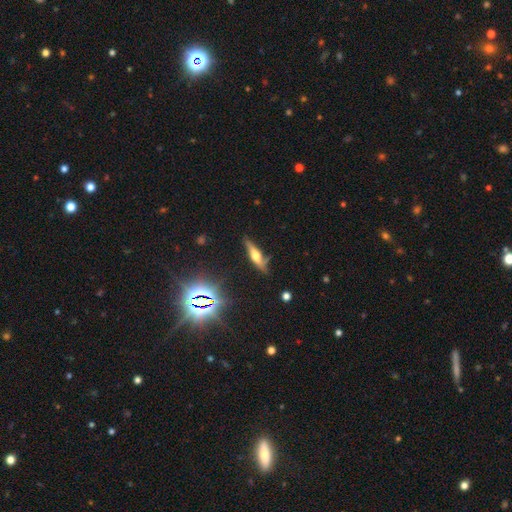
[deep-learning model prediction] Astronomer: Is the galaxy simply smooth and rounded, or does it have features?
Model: featured or disk — 52% (runner-up: smooth, 35%).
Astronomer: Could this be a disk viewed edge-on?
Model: yes — 81%.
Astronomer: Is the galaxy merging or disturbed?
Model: none — 63%.